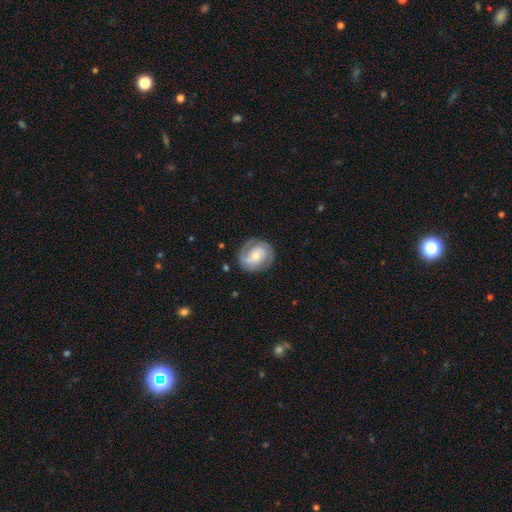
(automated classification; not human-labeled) Q: Smooth or featured?
A: featured or disk (71%); runner-up: smooth (23%)
Q: Edge-on disk?
A: no (97%); runner-up: yes (3%)
Q: Bar?
A: no (56%); runner-up: weak (32%)
Q: Spiral arms?
A: yes (87%); runner-up: no (13%)
Q: Spiral winding?
A: tight (54%); runner-up: medium (35%)
Q: Spiral arm count?
A: 2 (70%); runner-up: can't tell (14%)
Q: Bulge size?
A: moderate (53%); runner-up: small (41%)
Q: Merging?
A: none (77%); runner-up: minor disturbance (15%)